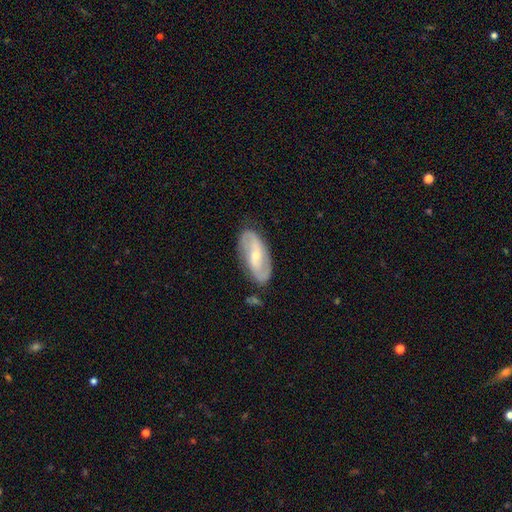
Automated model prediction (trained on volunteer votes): Smooth or featured: featured or disk — 76% (smooth — 18%)
Edge-on disk: no — 93% (yes — 7%)
Bar: weak — 39% (no — 32%)
Spiral arms: yes — 88% (no — 12%)
Spiral winding: medium — 40% (loose — 36%)
Spiral arm count: 2 — 87% (can't tell — 8%)
Bulge size: small — 60% (moderate — 37%)
Merging: none — 80% (minor disturbance — 14%)